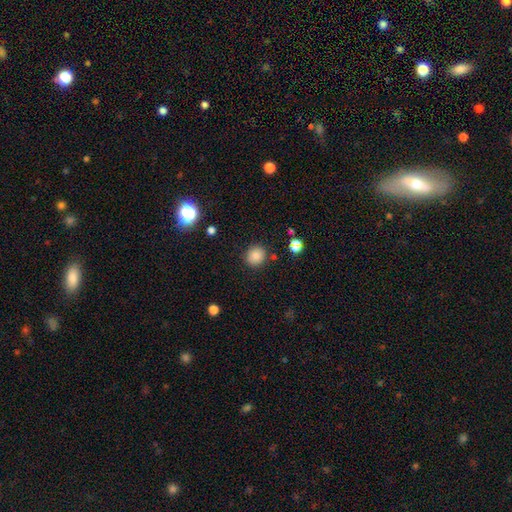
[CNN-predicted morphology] This appears to be a smooth galaxy with no disk features (83%) that is round (86%). Merging: none (86%).